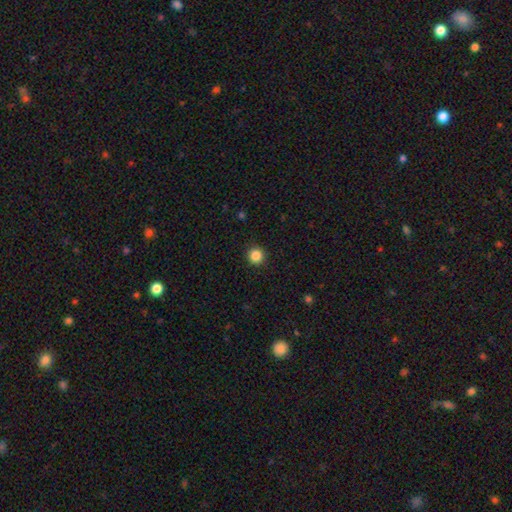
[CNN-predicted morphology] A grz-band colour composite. It shows a smooth galaxy with no disk features (86%) that is round (94%). Merging: none (92%).